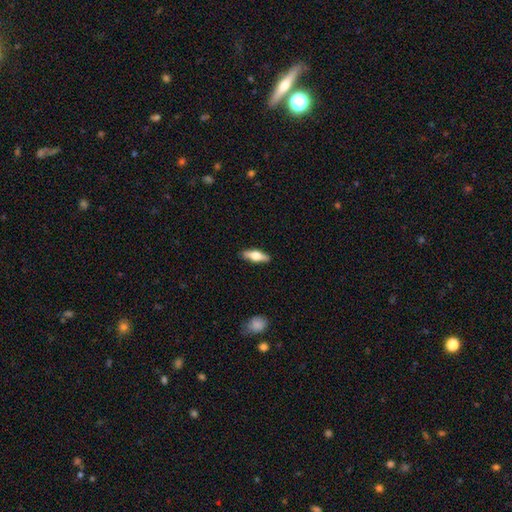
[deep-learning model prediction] The model was most divided on "smooth or featured": smooth: 50%, featured or disk: 44%, star or artifact: 6%. More confident: merging — none (88%); how rounded — in between (54%).